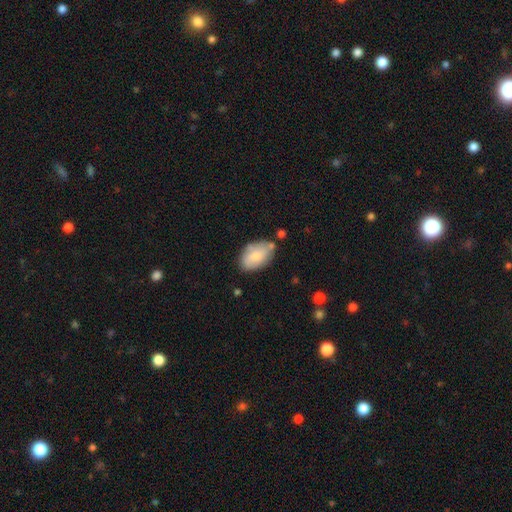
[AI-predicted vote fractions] Q: Smooth or featured?
A: smooth (71%); runner-up: featured or disk (22%)
Q: How rounded?
A: in between (91%); runner-up: round (7%)
Q: Merging?
A: none (66%); runner-up: minor disturbance (21%)